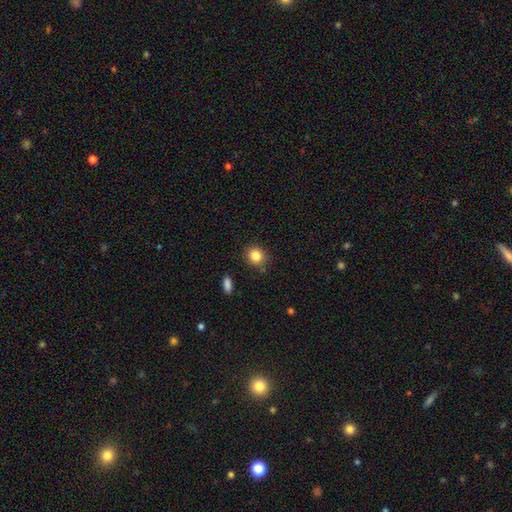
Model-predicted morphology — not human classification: type=smooth (84%); roundness=round (77%); merging=none (84%).